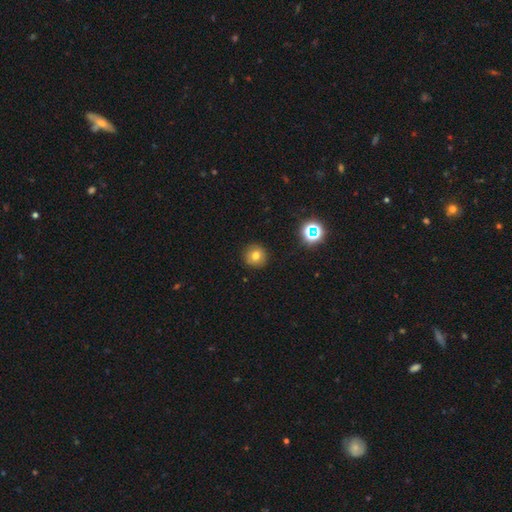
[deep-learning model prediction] smooth_or_featured: smooth (p=0.73) [alt: star or artifact p=0.16]
how_rounded: round (p=0.95) [alt: in between p=0.04]
merging: none (p=0.91) [alt: minor disturbance p=0.06]